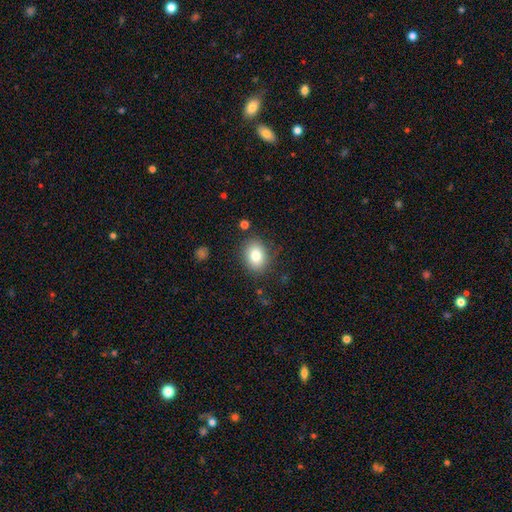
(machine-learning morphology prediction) Smooth or featured? smooth (82%)
How rounded? in between (61%)
Merging? none (83%)